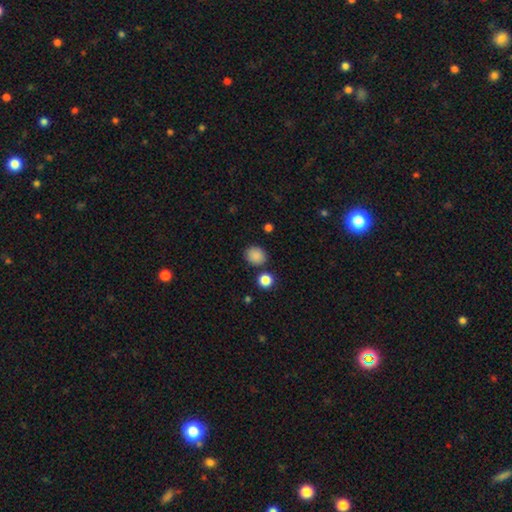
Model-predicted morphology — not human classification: This appears to be a smooth galaxy with no disk features (86%) that is round (77%). Merging: none (82%).